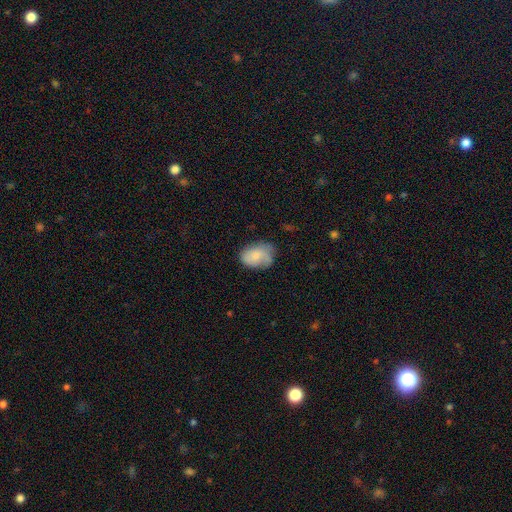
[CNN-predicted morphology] Smooth or featured?
  - smooth: 70% *
  - featured or disk: 23%
  - star or artifact: 7%
How rounded?
  - in between: 79% *
  - round: 20%
  - cigar-shaped: 1%
Merging?
  - none: 53% *
  - minor disturbance: 32%
  - major disturbance: 13%
  - merger: 2%